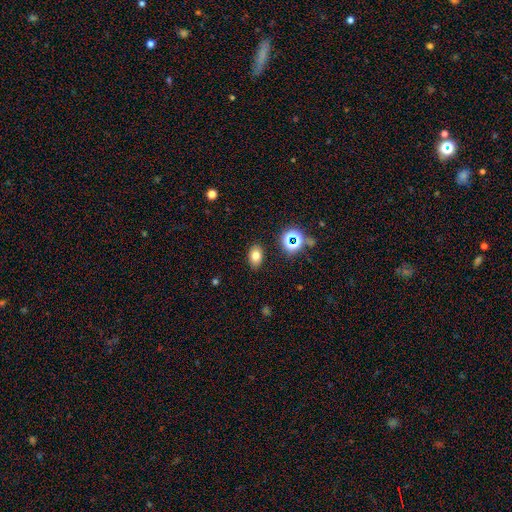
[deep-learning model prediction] Smooth or featured? smooth (73%)
How rounded? in between (82%)
Merging? none (86%)